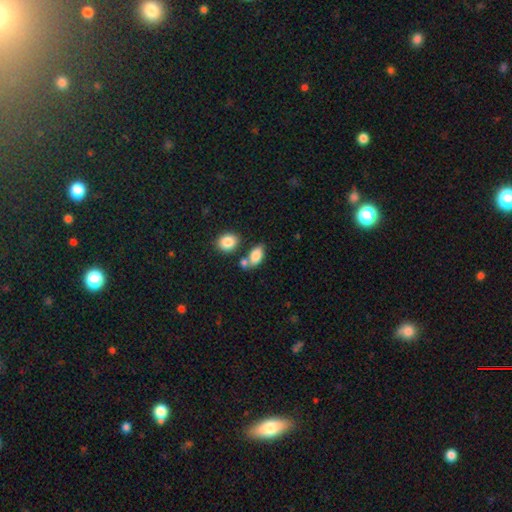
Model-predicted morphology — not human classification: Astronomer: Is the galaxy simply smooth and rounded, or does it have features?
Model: smooth — 84%.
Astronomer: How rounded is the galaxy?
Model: in between — 87%.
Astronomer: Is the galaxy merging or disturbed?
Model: none — 51% (runner-up: merger, 29%).